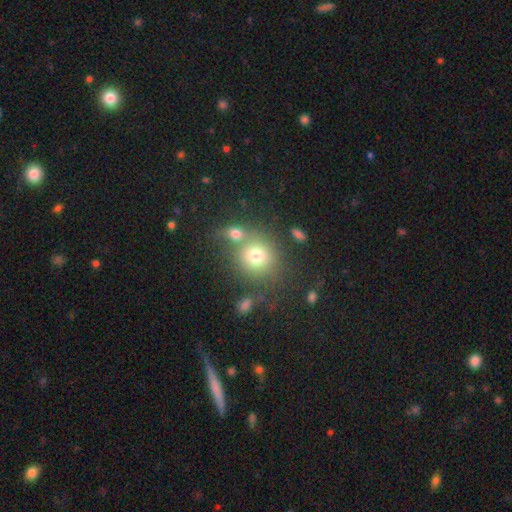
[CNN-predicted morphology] Smooth or featured? Predicted: smooth (p=0.73). How rounded? Predicted: round (p=0.82). Merging? Predicted: none (p=0.53).